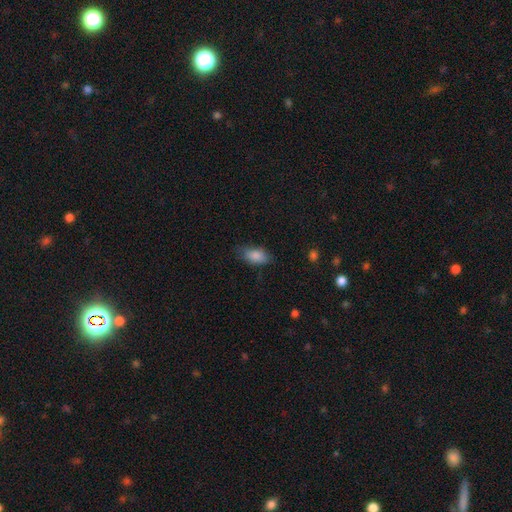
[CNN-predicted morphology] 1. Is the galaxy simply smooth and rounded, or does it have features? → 85% smooth, 7% star or artifact, 7% featured or disk.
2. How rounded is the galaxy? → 90% in between, 5% cigar-shaped, 4% round.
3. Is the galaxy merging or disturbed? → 71% none, 22% minor disturbance, 5% major disturbance, 1% merger.